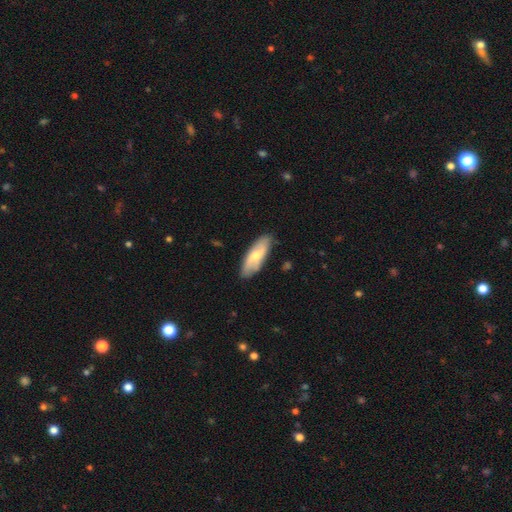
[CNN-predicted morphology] This appears to be a smooth galaxy with no disk features (52%) that is in between round and cigar-shaped (70%). Merging: none (83%).